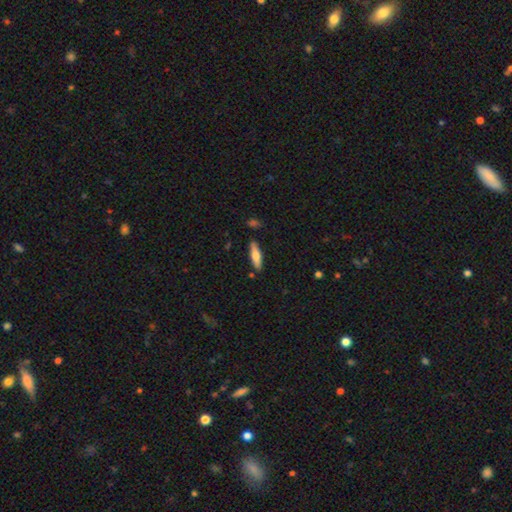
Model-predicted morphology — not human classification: Smooth or featured?
  - smooth: 67% *
  - featured or disk: 27%
  - star or artifact: 6%
How rounded?
  - cigar-shaped: 67% *
  - in between: 31%
  - round: 2%
Merging?
  - none: 85% *
  - minor disturbance: 10%
  - merger: 2%
  - major disturbance: 2%